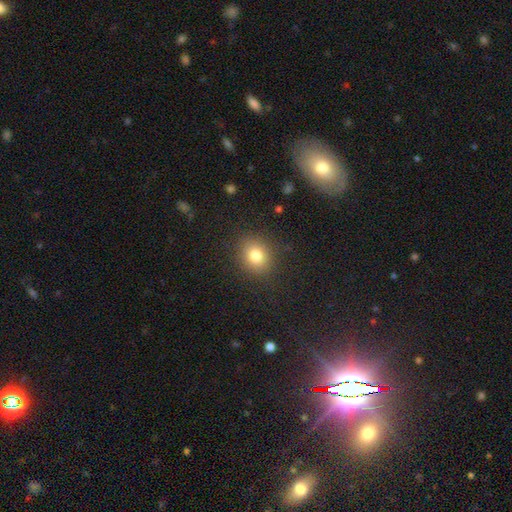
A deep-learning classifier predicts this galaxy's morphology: The model was most divided on "how rounded": round: 67%, in between: 32%, cigar-shaped: 1%. More confident: merging — none (87%); smooth or featured — smooth (80%).